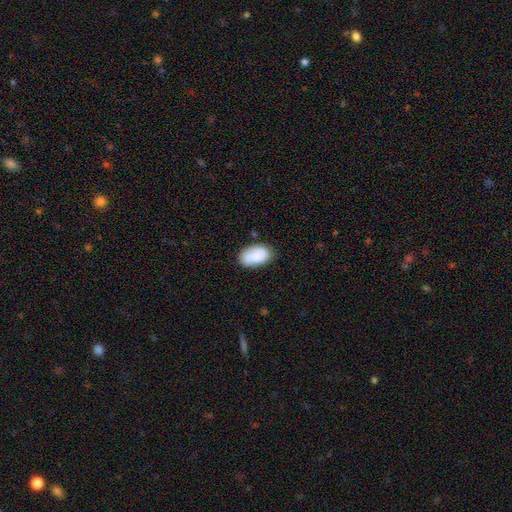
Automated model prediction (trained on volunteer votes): smooth_or_featured: smooth (p=0.83) [alt: featured or disk p=0.11]
how_rounded: in between (p=0.92) [alt: round p=0.06]
merging: none (p=0.76) [alt: minor disturbance p=0.17]